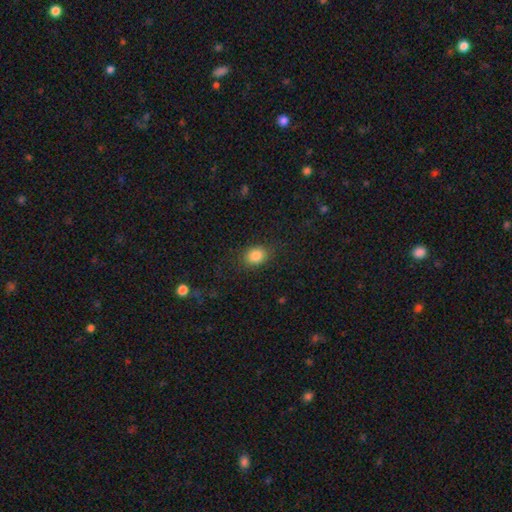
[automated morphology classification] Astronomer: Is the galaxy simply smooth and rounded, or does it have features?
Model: smooth — 85%.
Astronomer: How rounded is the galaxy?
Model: in between — 56% (runner-up: round, 43%).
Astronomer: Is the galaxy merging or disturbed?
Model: none — 83%.